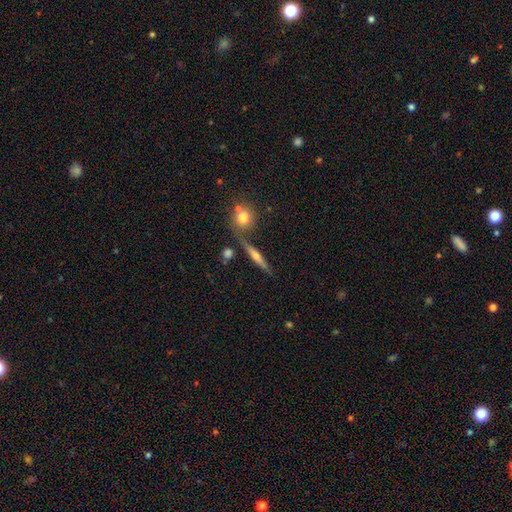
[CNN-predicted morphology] The model was most divided on "smooth or featured": featured or disk: 55%, smooth: 37%, star or artifact: 9%. More confident: edge-on disk — yes (92%); edge-on bulge — rounded (76%); merging — none (76%).